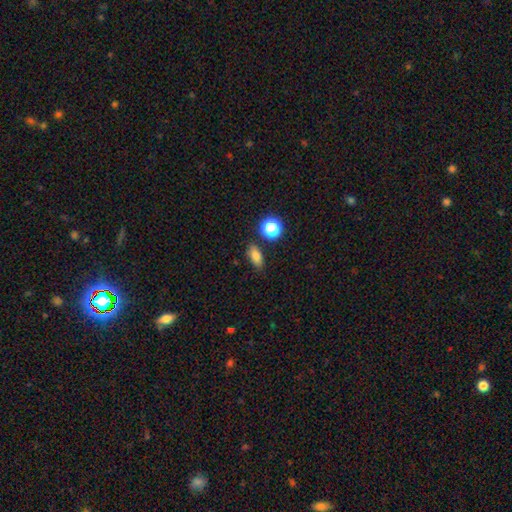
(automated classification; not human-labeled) This is likely a smooth galaxy (77%). How rounded: likely in between (76%). Merging: clearly none (81%).